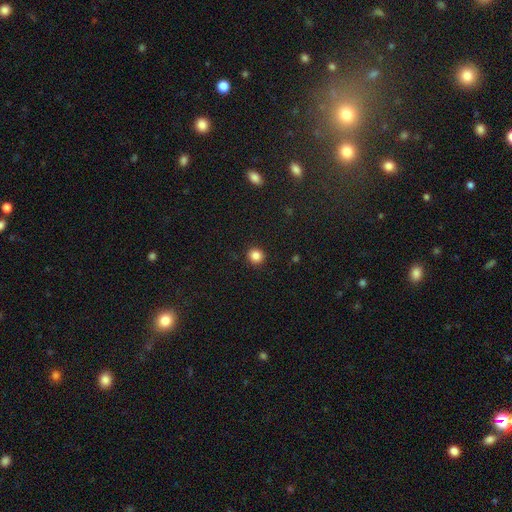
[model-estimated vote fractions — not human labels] smooth 85%, star or artifact 11%, featured or disk 4%. Down the decision tree: how rounded — round (91%); merging — none (92%).